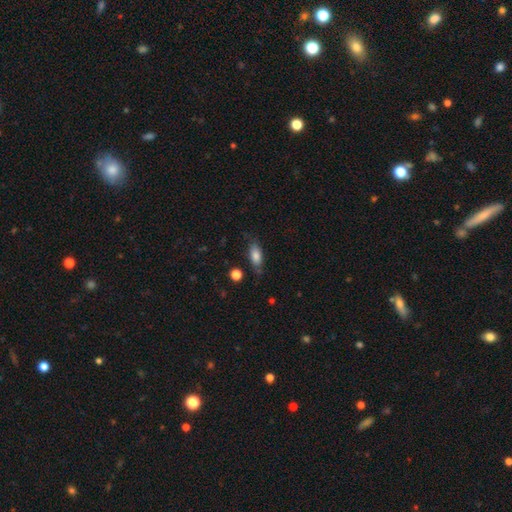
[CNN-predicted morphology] A smooth galaxy with no disk features (81%) that is in between round and cigar-shaped (83%).

Vote fractions:
- Smooth or featured? smooth: 81% / featured or disk: 12% / star or artifact: 8%
- How rounded? in between: 83% / cigar-shaped: 13% / round: 4%
- Merging? none: 71% / minor disturbance: 21% / major disturbance: 5% / merger: 3%